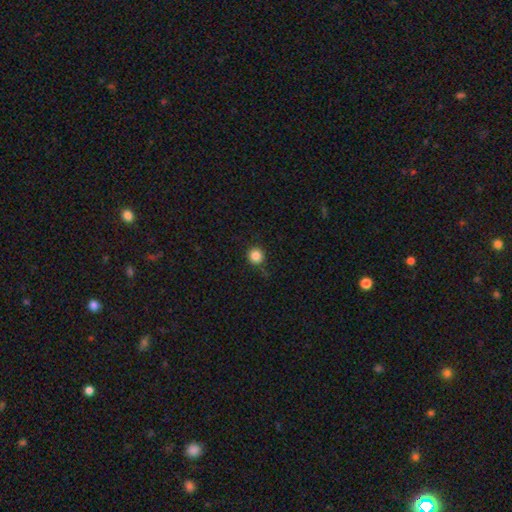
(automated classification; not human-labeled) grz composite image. It shows a smooth galaxy with no disk features (85%) that is round (94%). Merging: none (87%).